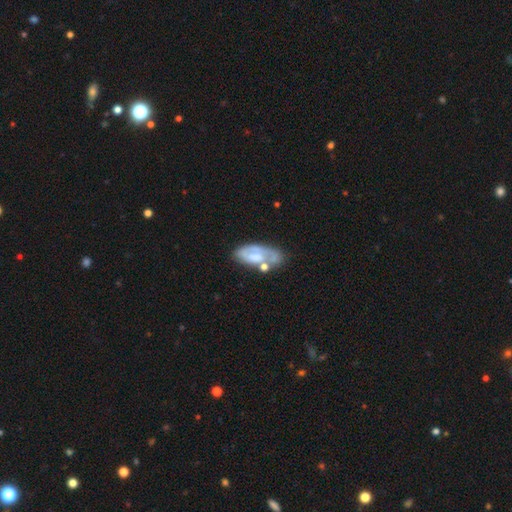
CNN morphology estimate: Smooth or featured?
  - featured or disk: 51% *
  - smooth: 41%
  - star or artifact: 7%
Edge-on disk?
  - no: 91% *
  - yes: 9%
Merging?
  - none: 42% *
  - minor disturbance: 25%
  - merger: 17%
  - major disturbance: 16%